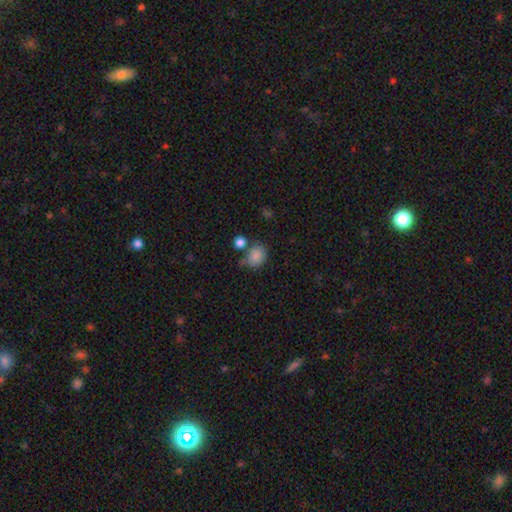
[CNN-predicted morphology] Smooth or featured? smooth (85%)
How rounded? round (53%)
Merging? none (63%)